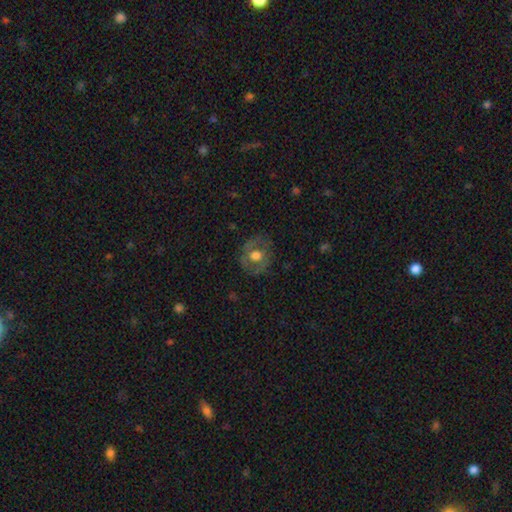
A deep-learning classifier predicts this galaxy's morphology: type=smooth (51%); roundness=round (77%); merging=none (76%).